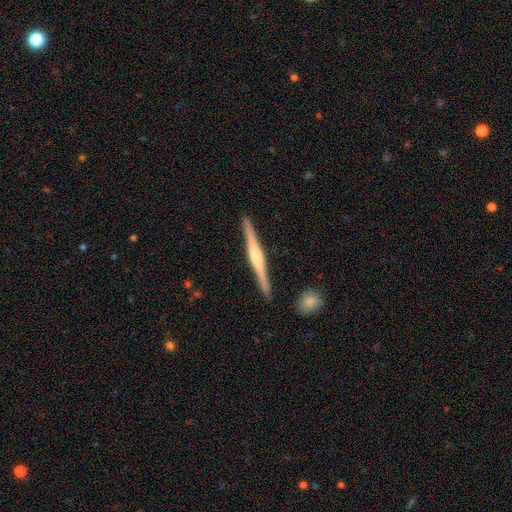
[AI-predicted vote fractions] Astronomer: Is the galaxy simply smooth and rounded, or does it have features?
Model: featured or disk — 74%.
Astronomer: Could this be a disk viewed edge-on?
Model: yes — 98%.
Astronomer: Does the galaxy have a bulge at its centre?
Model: rounded — 59%.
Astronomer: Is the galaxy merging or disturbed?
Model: none — 91%.